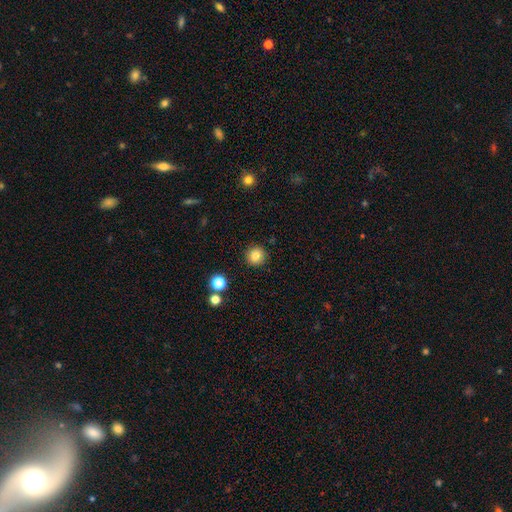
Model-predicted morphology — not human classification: Smooth or featured? smooth (82%)
How rounded? round (94%)
Merging? none (91%)